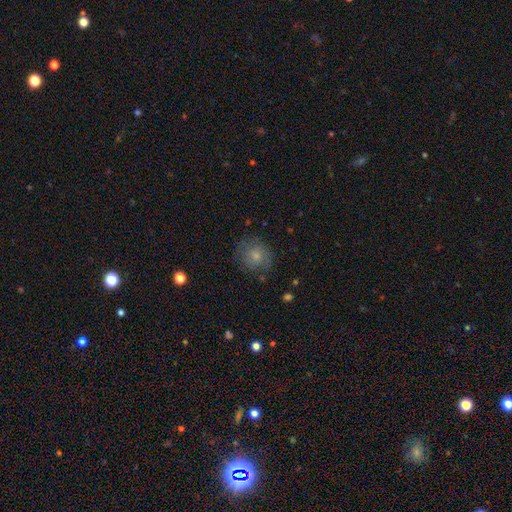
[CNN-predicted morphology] Smooth or featured? Predicted: smooth (p=0.67). How rounded? Predicted: round (p=0.79). Merging? Predicted: none (p=0.70).